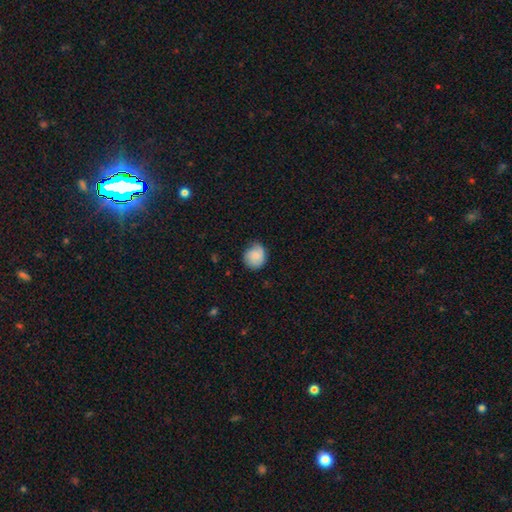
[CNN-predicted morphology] Smooth or featured: smooth — 77% (featured or disk — 16%)
How rounded: round — 79% (in between — 20%)
Merging: none — 66% (minor disturbance — 28%)